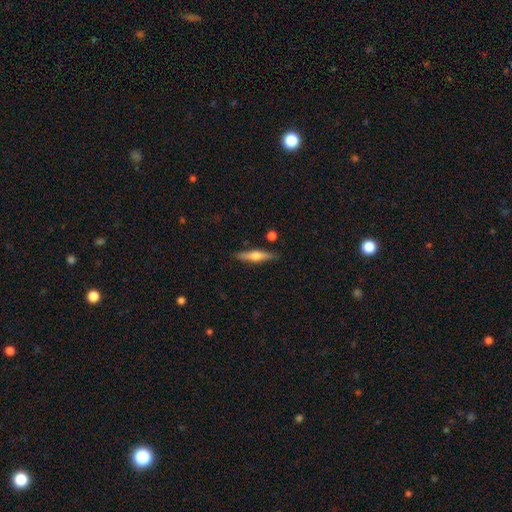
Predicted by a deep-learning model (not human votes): A featured or disk galaxy (51%) viewed edge-on (95%).

Vote fractions:
- Smooth or featured? featured or disk: 51% / smooth: 43% / star or artifact: 6%
- Edge-on disk? yes: 95% / no: 5%
- Merging? none: 87% / minor disturbance: 9% / merger: 3% / major disturbance: 2%